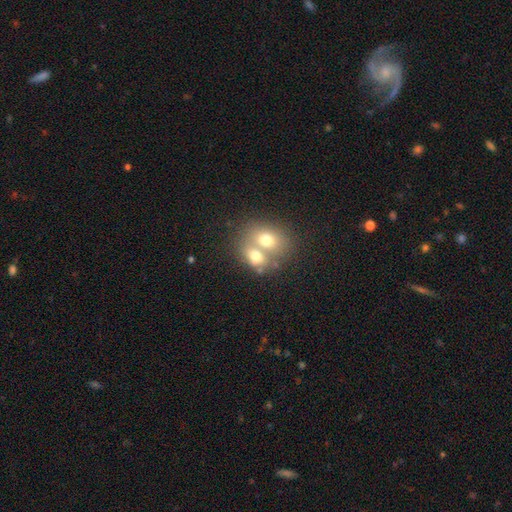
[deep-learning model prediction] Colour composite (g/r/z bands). It shows a smooth galaxy with no disk features (67%) that is in between round and cigar-shaped (57%). Merging: merger (69%).